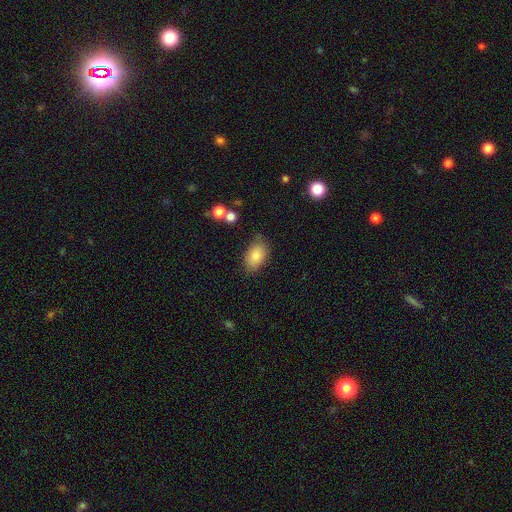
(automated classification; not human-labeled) Overall: smooth (82%). How rounded: in between (91%). Merging: none (76%).